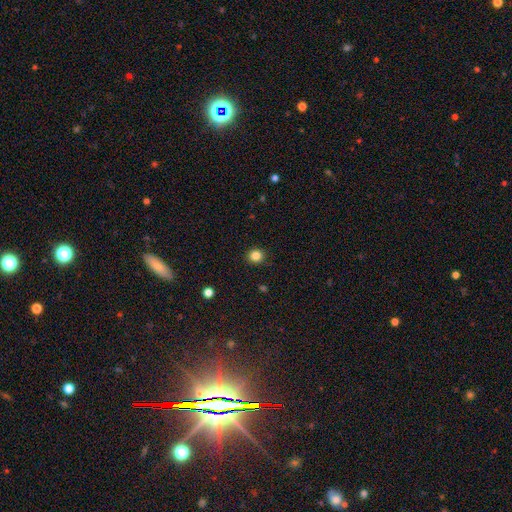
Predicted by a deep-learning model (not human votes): Smooth or featured? smooth (84%)
How rounded? round (90%)
Merging? none (92%)